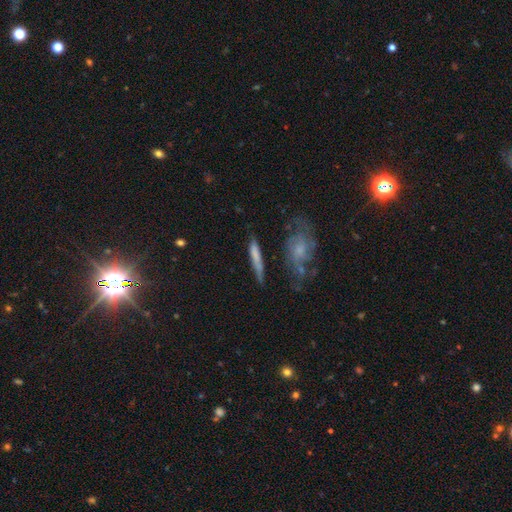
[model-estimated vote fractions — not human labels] Smooth or featured? Predicted: smooth (p=0.59). How rounded? Predicted: cigar-shaped (p=0.86). Merging? Predicted: none (p=0.64).